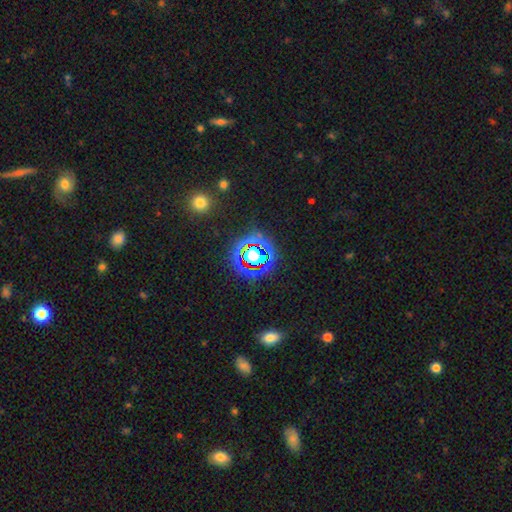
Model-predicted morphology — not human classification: star or artifact 68%, smooth 20%, featured or disk 12%.